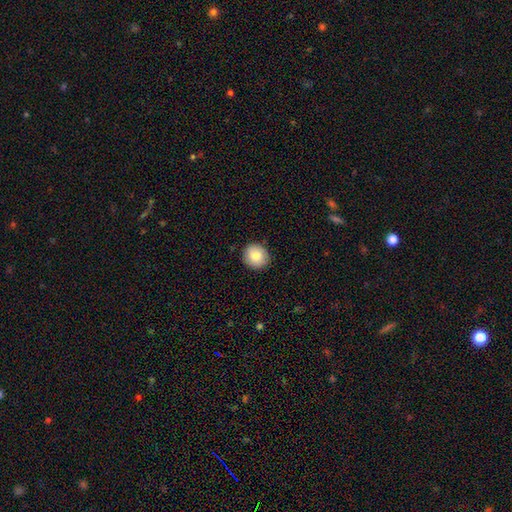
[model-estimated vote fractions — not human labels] smooth 83%, featured or disk 9%, star or artifact 8%. Down the decision tree: how rounded — round (82%); merging — none (88%).